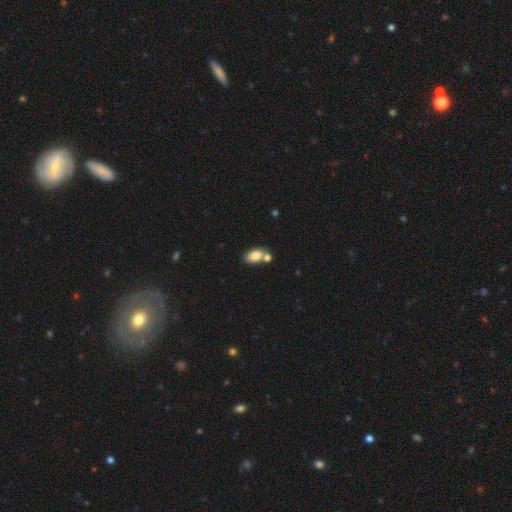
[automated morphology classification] smooth-or-featured: smooth: 81% | featured or disk: 11% | star or artifact: 8%
  how-rounded: in between: 89% | round: 9% | cigar-shaped: 2%
  merging: none: 54% | merger: 30% | minor disturbance: 13% | major disturbance: 4%